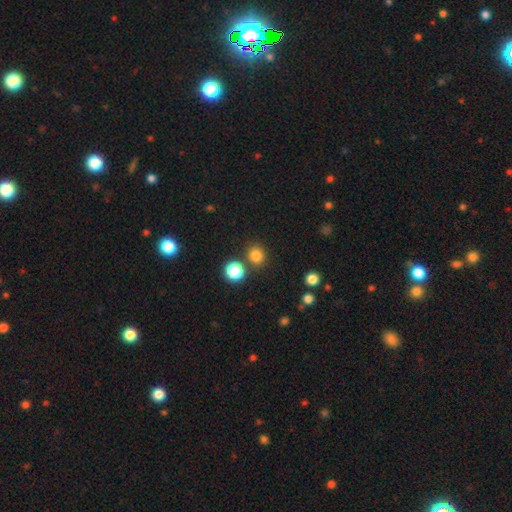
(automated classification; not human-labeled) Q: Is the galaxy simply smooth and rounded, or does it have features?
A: smooth — 81%.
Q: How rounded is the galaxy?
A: round — 85%.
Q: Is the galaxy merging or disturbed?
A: none — 77%.